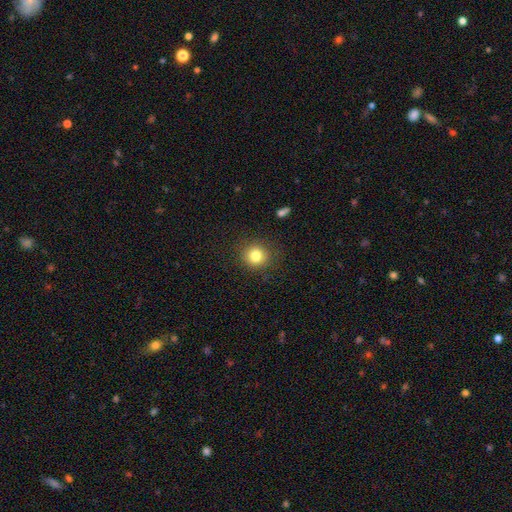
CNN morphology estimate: Smooth or featured? smooth (81%)
How rounded? round (89%)
Merging? none (87%)